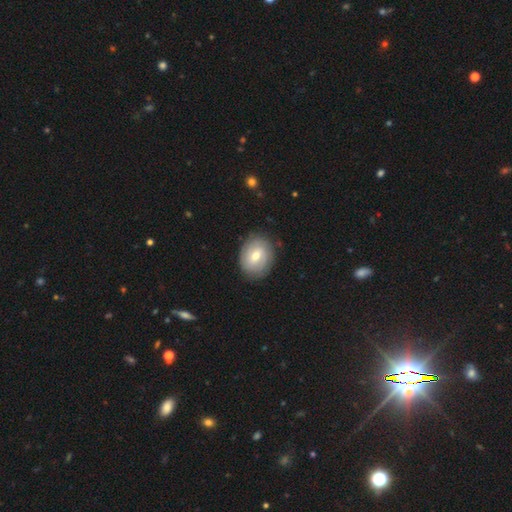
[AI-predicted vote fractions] This appears to be a featured or disk galaxy (49%). Merging: none (83%).